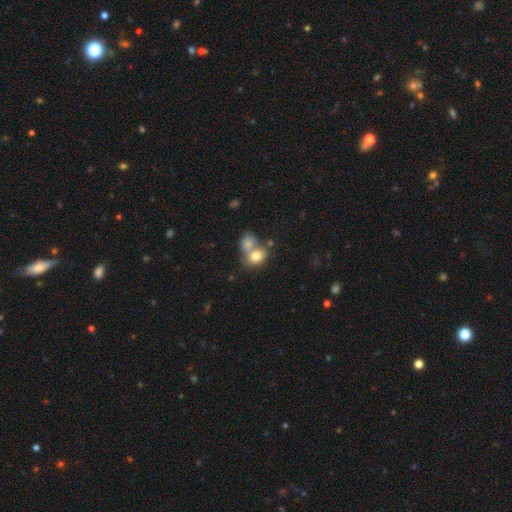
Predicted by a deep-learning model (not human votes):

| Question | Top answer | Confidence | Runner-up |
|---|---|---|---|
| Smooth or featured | smooth | 78% | featured or disk (13%) |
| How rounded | in between | 50% | round (48%) |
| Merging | merger | 56% | none (31%) |